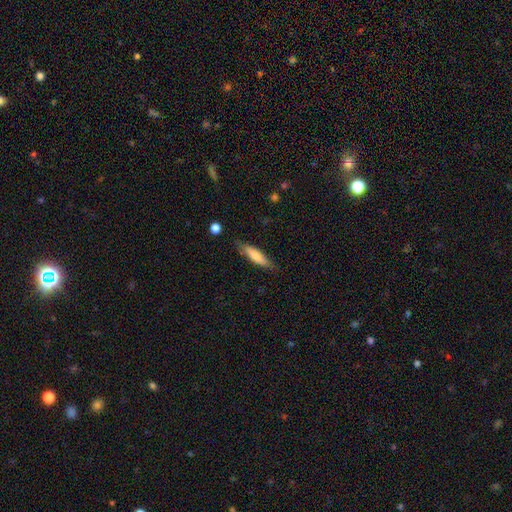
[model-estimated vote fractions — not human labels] This is likely a smooth galaxy (71%). How rounded: likely cigar-shaped (70%). Merging: clearly none (80%).